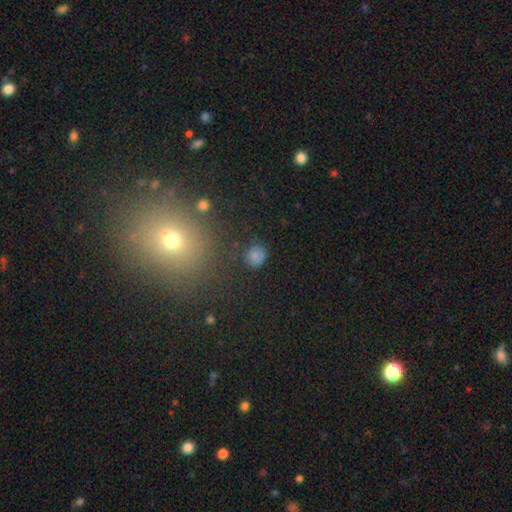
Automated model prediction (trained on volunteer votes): This appears to be a smooth galaxy with no disk features (74%) that is round (83%). Merging: none (76%).